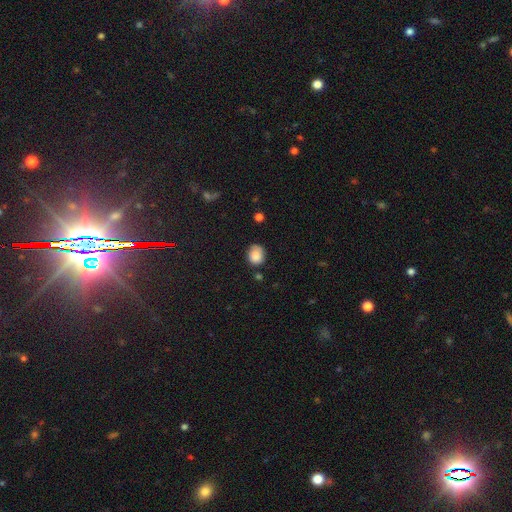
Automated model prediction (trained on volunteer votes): This is clearly a smooth galaxy (84%). How rounded: likely round (63%). Merging: likely none (62%).